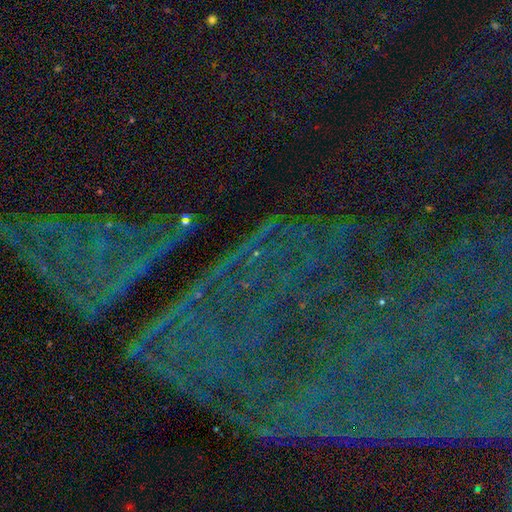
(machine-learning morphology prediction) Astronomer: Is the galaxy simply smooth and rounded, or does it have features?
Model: star or artifact — 86%.